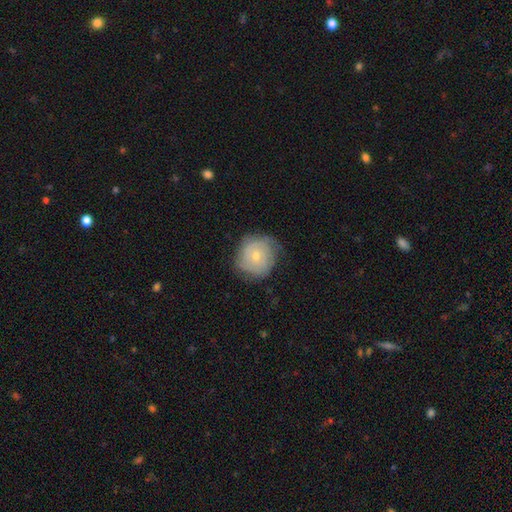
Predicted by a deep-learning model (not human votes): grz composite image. It shows a featured or disk galaxy (49%). Merging: none (67%).